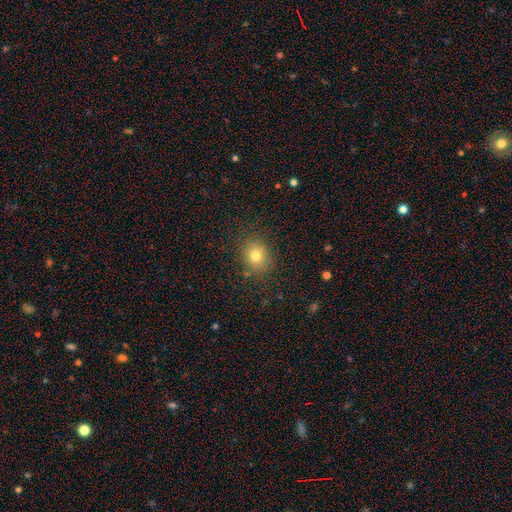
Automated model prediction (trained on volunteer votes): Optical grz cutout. It shows a smooth galaxy with no disk features (77%) that is round (69%). Merging: none (84%).